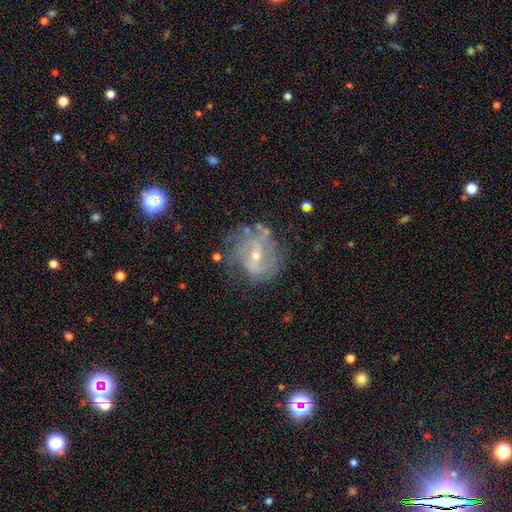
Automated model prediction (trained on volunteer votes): Overall: featured or disk (79%). Edge-on disk: no (97%). Bar: weak (48%; no 36%). Spiral arms: yes (84%). Spiral arm count: 2 (37%, tied with can't tell). Spiral winding: tight (44%; medium 39%). Bulge size: small (57%; moderate 39%). Merging: none (60%; minor disturbance 22%).